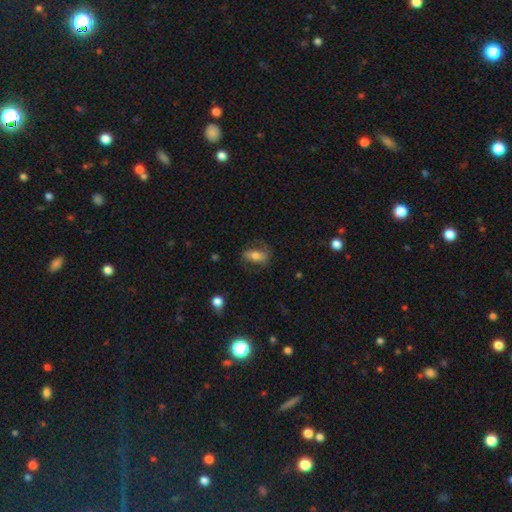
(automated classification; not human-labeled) This appears to be a smooth galaxy with no disk features (50%) that is in between round and cigar-shaped (79%). Merging: none (65%).